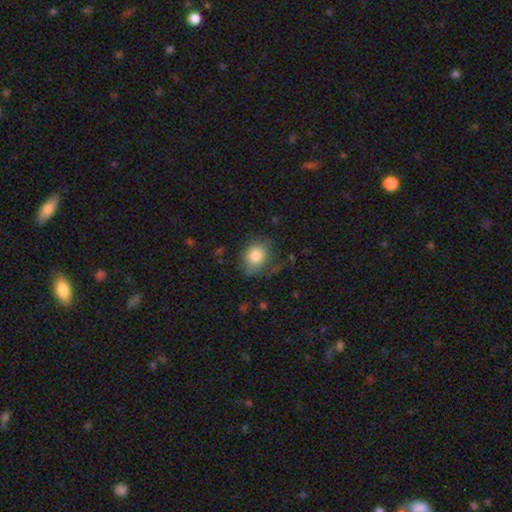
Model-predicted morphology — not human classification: smooth_or_featured: smooth (p=0.82) [alt: featured or disk p=0.10]
how_rounded: in between (p=0.63) [alt: round p=0.36]
merging: none (p=0.68) [alt: minor disturbance p=0.22]